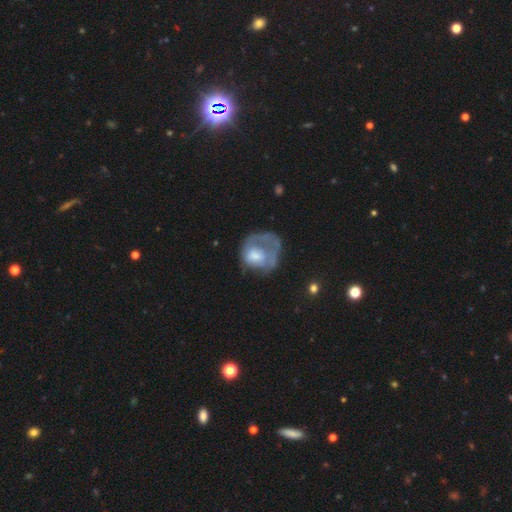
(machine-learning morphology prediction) Overall: smooth (48%; featured or disk 44%). Merging: major disturbance (48%; none 27%).